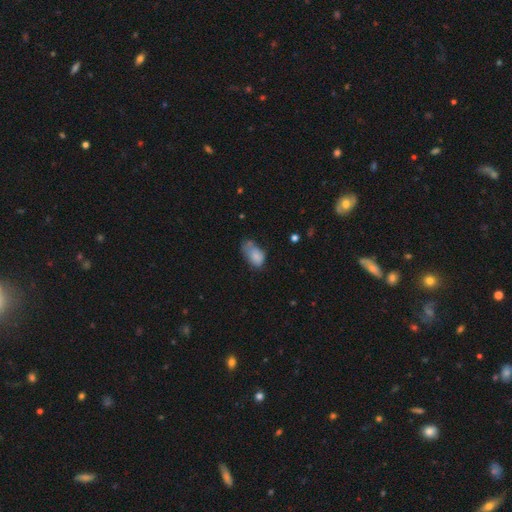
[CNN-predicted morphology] A smooth galaxy with no disk features (78%) that is in between round and cigar-shaped (89%). Merging: minor disturbance (38%).